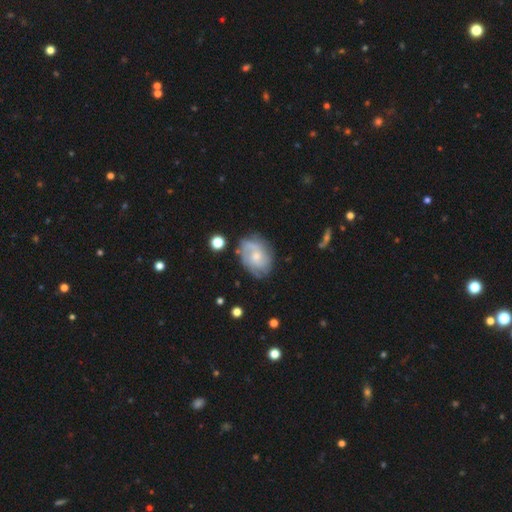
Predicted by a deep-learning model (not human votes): smooth_or_featured: featured or disk (p=0.67) [alt: smooth p=0.26]
disk_edge_on: no (p=0.97) [alt: yes p=0.03]
bar: no (p=0.69) [alt: weak p=0.28]
has_spiral_arms: yes (p=0.87) [alt: no p=0.13]
spiral_winding: tight (p=0.45) [alt: medium p=0.38]
spiral_arm_count: 2 (p=0.36) [alt: can't tell p=0.35]
bulge_size: small (p=0.52) [alt: moderate p=0.40]
merging: none (p=0.66) [alt: minor disturbance p=0.23]